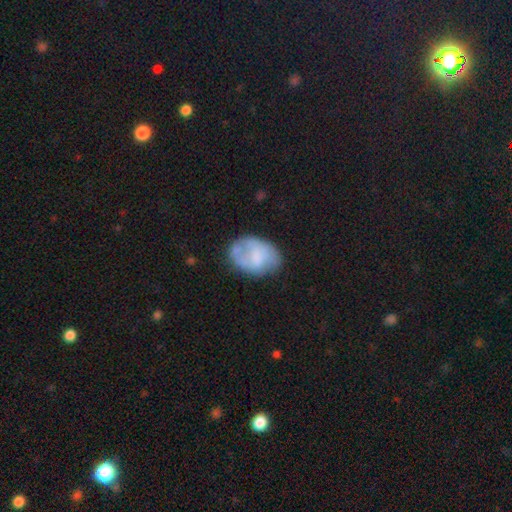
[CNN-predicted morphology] This is possibly a smooth galaxy (58%). How rounded: clearly in between (80%). Merging: possibly none (53%).